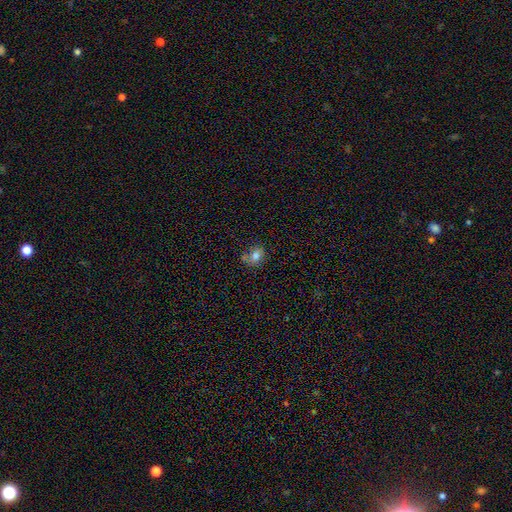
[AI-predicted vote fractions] The model was most divided on "how rounded": in between: 53%, round: 46%, cigar-shaped: 1%. More confident: smooth or featured — smooth (77%); merging — none (58%).